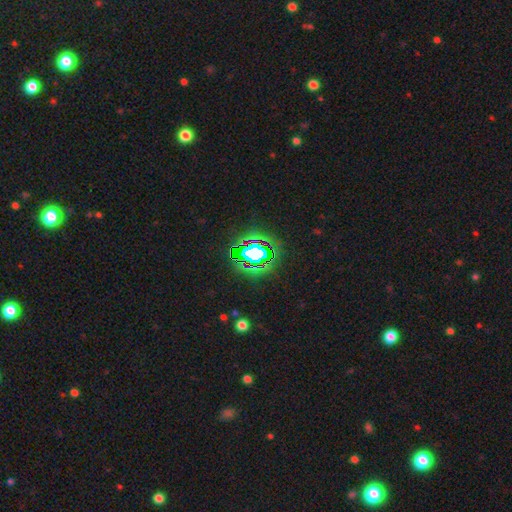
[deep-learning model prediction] Smooth or featured? Predicted: star or artifact (p=0.66).